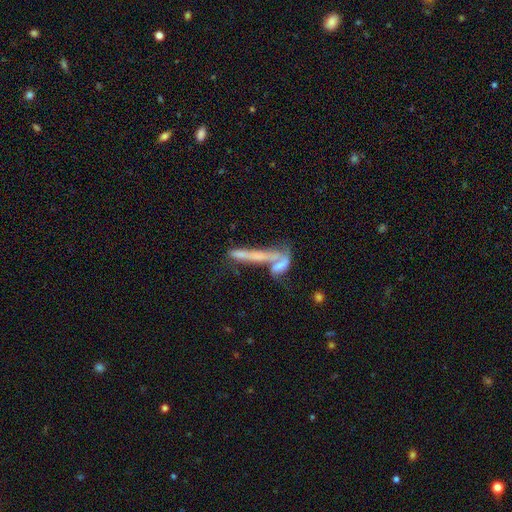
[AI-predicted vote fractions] featured or disk 46%, smooth 43%, star or artifact 11%. Down the decision tree: merging — merger (60%).